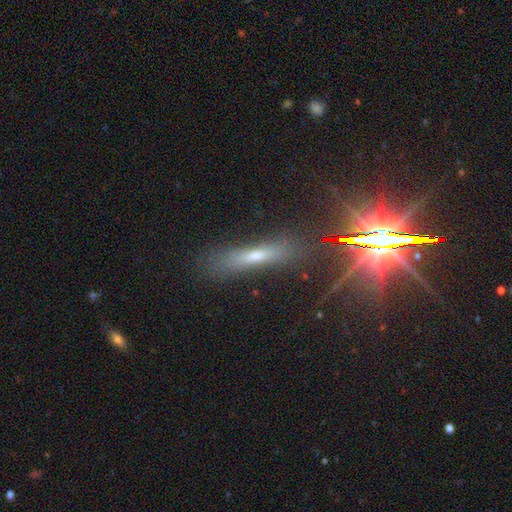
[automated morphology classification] Smooth or featured: smooth — 47% (featured or disk — 32%)
Merging: none — 80% (minor disturbance — 13%)